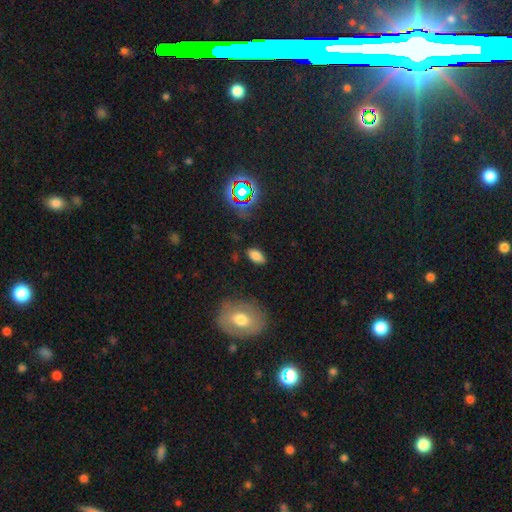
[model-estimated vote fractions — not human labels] Smooth or featured: smooth — 77% (star or artifact — 14%)
How rounded: in between — 92% (round — 5%)
Merging: none — 84% (minor disturbance — 11%)